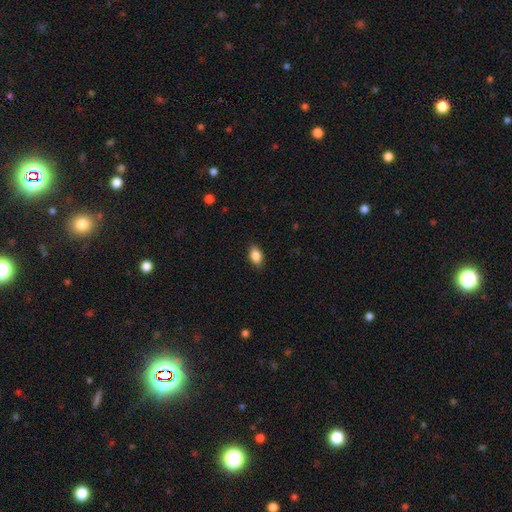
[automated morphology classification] smooth 86%, star or artifact 8%, featured or disk 6%. Down the decision tree: how rounded — in between (87%); merging — none (85%).